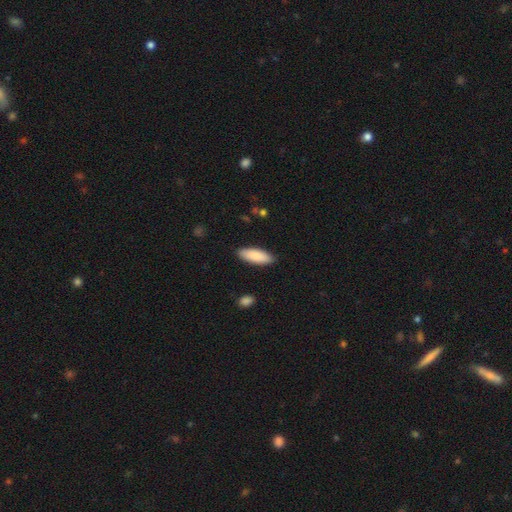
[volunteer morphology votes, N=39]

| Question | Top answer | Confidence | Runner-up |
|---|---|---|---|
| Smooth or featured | smooth | 90% | star or artifact (8%) |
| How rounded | in between | 77% | cigar-shaped (23%) |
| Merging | none | 97% | minor disturbance (3%) |